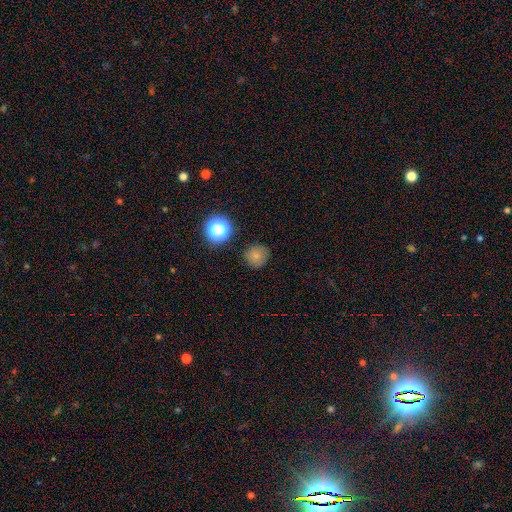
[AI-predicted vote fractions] A smooth galaxy with no disk features (76%) that is round (93%). Merging: none (85%).